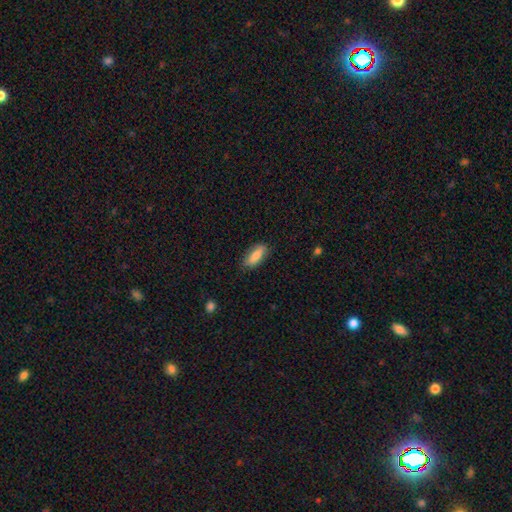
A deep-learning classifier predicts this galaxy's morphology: Smooth or featured: smooth — 81% (featured or disk — 12%)
How rounded: in between — 70% (cigar-shaped — 27%)
Merging: none — 83% (minor disturbance — 13%)